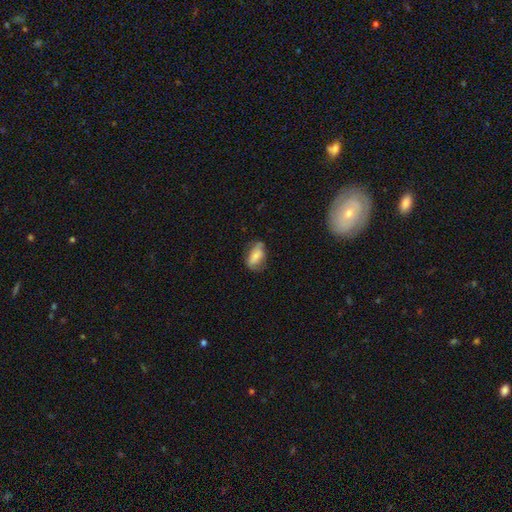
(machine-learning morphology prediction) Smooth or featured? Predicted: smooth (p=0.70). How rounded? Predicted: in between (p=0.88). Merging? Predicted: none (p=0.55).